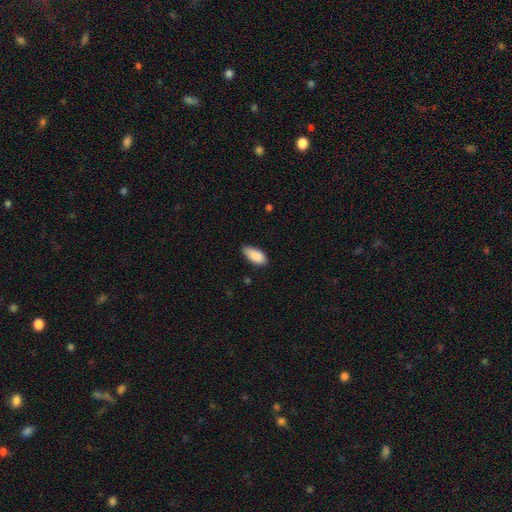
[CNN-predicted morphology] smooth_or_featured: smooth (p=0.89) [alt: star or artifact p=0.07]
how_rounded: in between (p=0.91) [alt: cigar-shaped p=0.07]
merging: none (p=0.71) [alt: minor disturbance p=0.25]